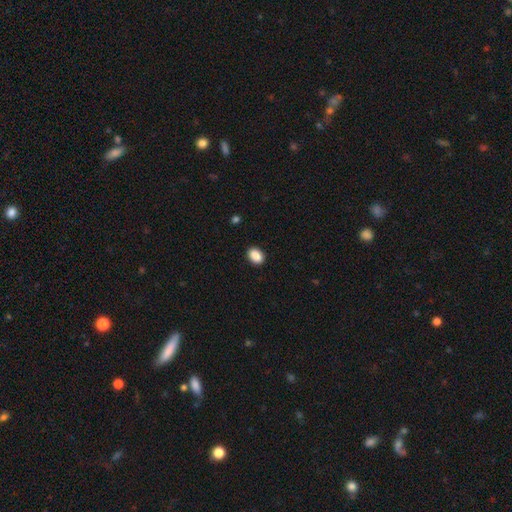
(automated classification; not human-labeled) Smooth or featured? smooth (90%)
How rounded? in between (79%)
Merging? none (90%)